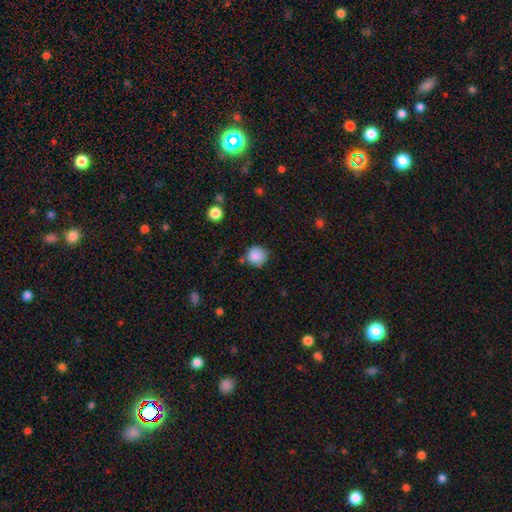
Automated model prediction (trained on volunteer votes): The model was most divided on "merging": none: 73%, minor disturbance: 18%, merger: 5%, major disturbance: 4%. More confident: how rounded — round (89%); smooth or featured — smooth (86%).